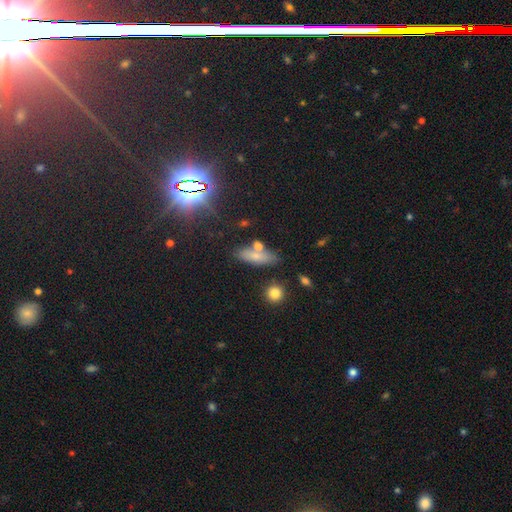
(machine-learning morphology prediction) Overall: smooth (68%). How rounded: in between (54%; cigar-shaped 41%). Merging: none (68%).